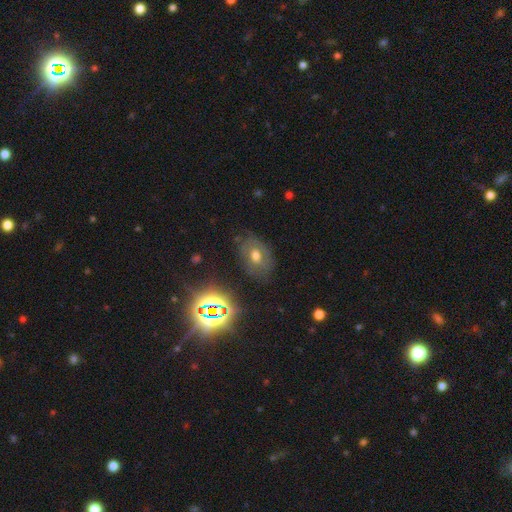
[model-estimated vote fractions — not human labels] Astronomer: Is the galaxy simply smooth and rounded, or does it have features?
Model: smooth — 46% (runner-up: featured or disk, 32%).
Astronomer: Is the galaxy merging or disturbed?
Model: none — 70%.